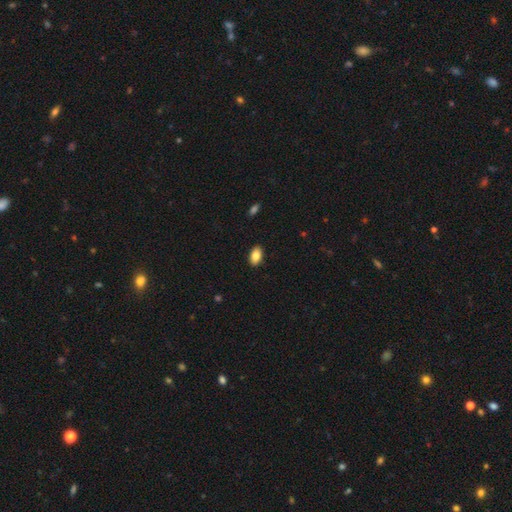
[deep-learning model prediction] A smooth galaxy with no disk features (85%) that is in between round and cigar-shaped (92%).

Vote fractions:
- Smooth or featured? smooth: 85% / featured or disk: 8% / star or artifact: 7%
- How rounded? in between: 92% / round: 5% / cigar-shaped: 2%
- Merging? none: 90% / minor disturbance: 7% / major disturbance: 2% / merger: 1%